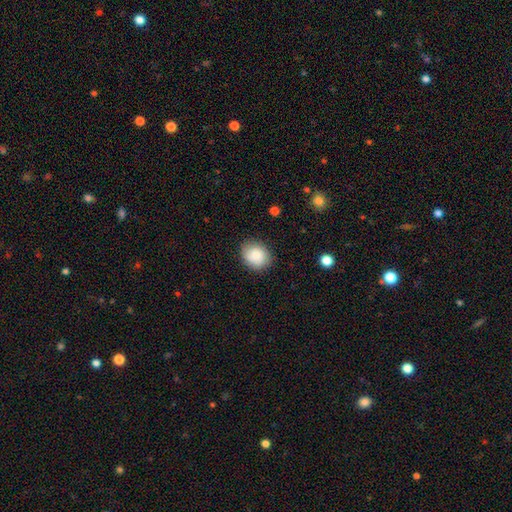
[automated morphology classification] This appears to be a smooth galaxy with no disk features (85%) that is round (68%). Merging: none (84%).